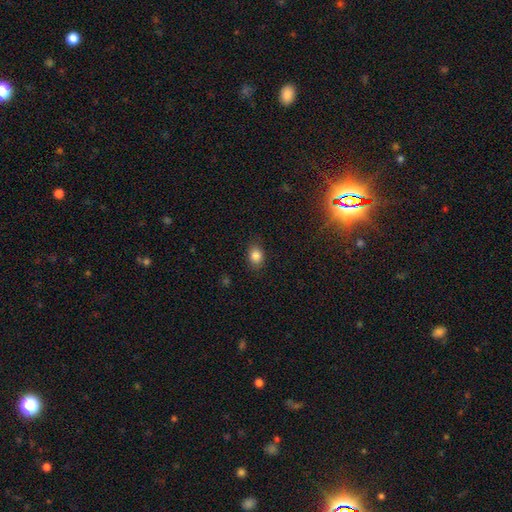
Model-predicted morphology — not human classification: Smooth or featured?
  - smooth: 84% *
  - star or artifact: 11%
  - featured or disk: 5%
How rounded?
  - in between: 57% *
  - round: 42%
  - cigar-shaped: 1%
Merging?
  - none: 86% *
  - minor disturbance: 10%
  - major disturbance: 3%
  - merger: 1%